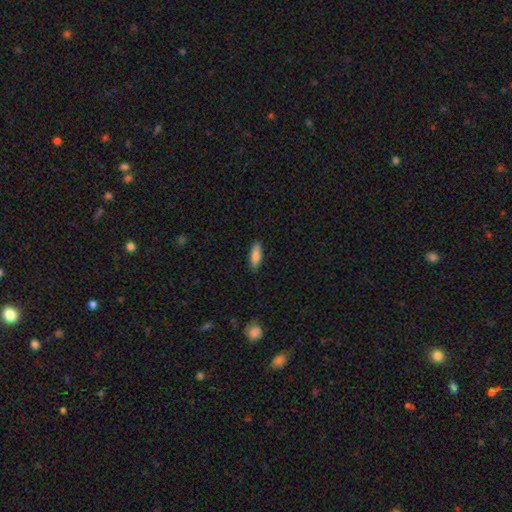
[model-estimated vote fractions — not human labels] Q: Smooth or featured?
A: smooth (81%); runner-up: featured or disk (12%)
Q: How rounded?
A: in between (54%); runner-up: cigar-shaped (44%)
Q: Merging?
A: none (88%); runner-up: minor disturbance (9%)